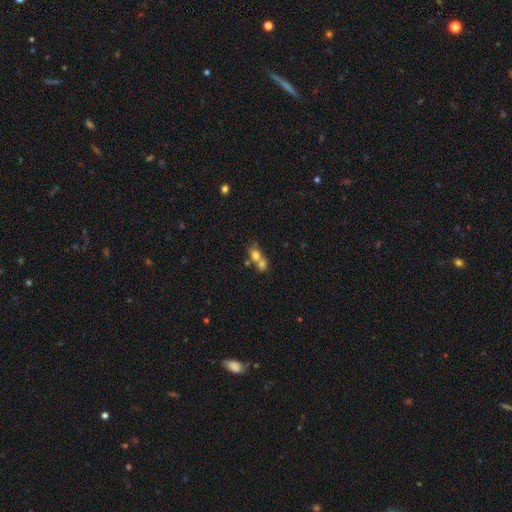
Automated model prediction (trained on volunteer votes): Morphology: type=smooth (69%); roundness=round (53%); merging=merger (66%).